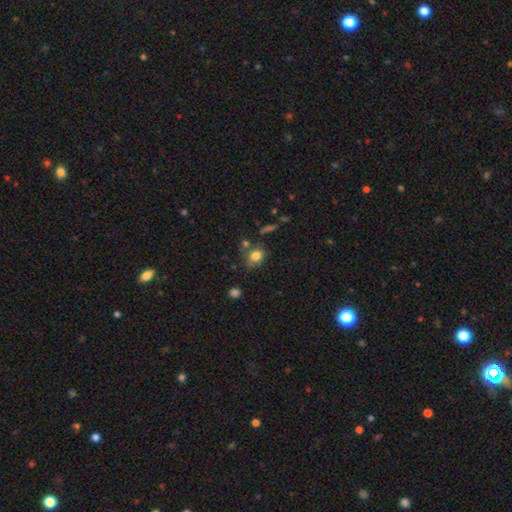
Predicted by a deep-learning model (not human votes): Smooth or featured?
  - smooth: 79% *
  - star or artifact: 11%
  - featured or disk: 10%
How rounded?
  - round: 62% *
  - in between: 37%
  - cigar-shaped: 1%
Merging?
  - none: 60% *
  - minor disturbance: 20%
  - merger: 12%
  - major disturbance: 7%